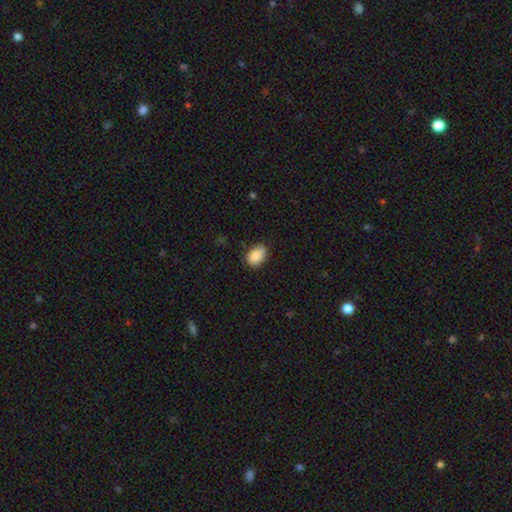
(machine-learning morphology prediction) This is clearly a smooth galaxy (87%). How rounded: clearly in between (84%). Merging: likely none (78%).